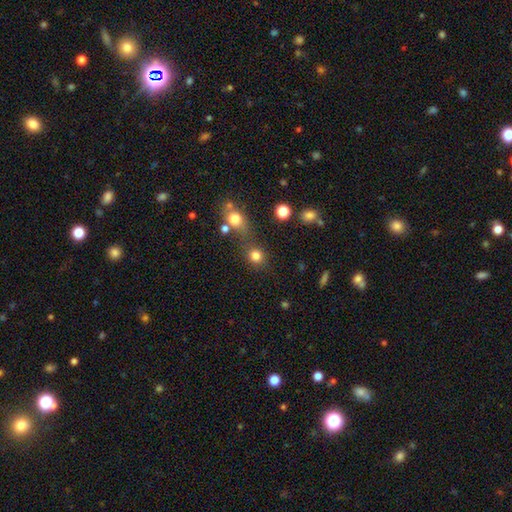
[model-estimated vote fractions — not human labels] Smooth or featured? smooth (80%)
How rounded? round (86%)
Merging? none (64%)